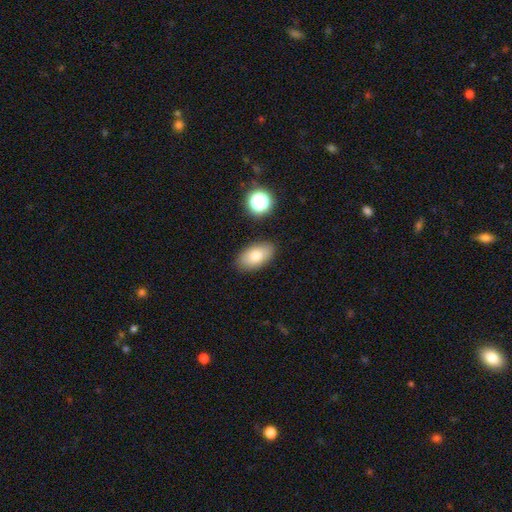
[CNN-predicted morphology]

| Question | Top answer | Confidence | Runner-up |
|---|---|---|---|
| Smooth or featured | smooth | 79% | featured or disk (12%) |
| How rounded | in between | 92% | round (6%) |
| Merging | none | 85% | minor disturbance (10%) |